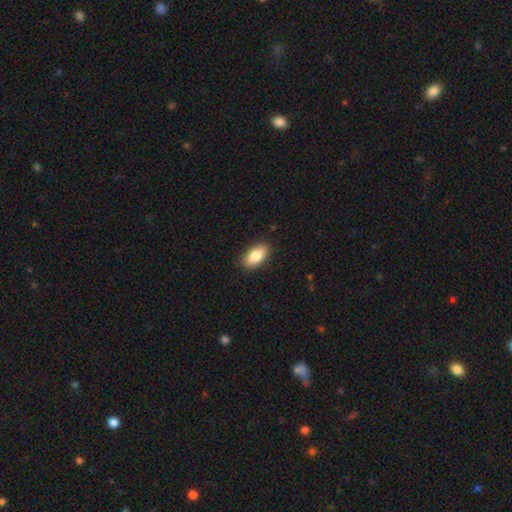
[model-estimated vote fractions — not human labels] A smooth galaxy with no disk features (83%) that is in between round and cigar-shaped (90%).

Vote fractions:
- Smooth or featured? smooth: 83% / featured or disk: 10% / star or artifact: 6%
- How rounded? in between: 90% / cigar-shaped: 5% / round: 4%
- Merging? none: 89% / minor disturbance: 9% / major disturbance: 2% / merger: 1%